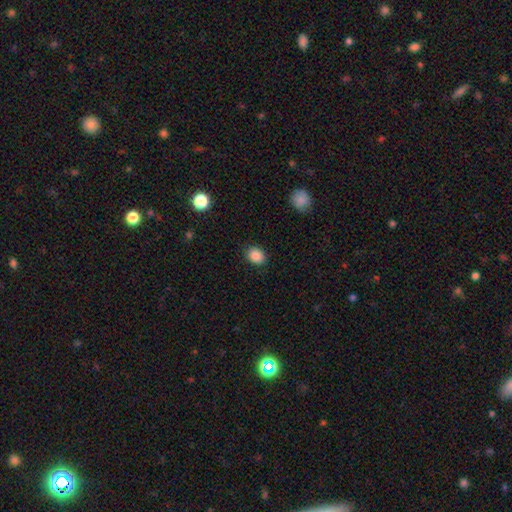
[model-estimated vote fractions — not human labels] This is clearly a smooth galaxy (88%). How rounded: possibly in between (59%). Merging: clearly none (88%).